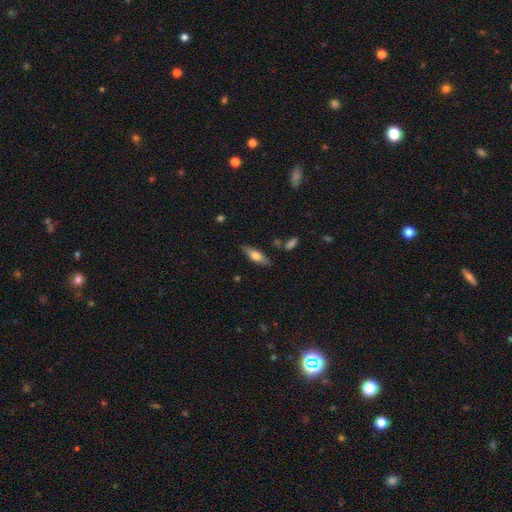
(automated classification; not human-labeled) A smooth galaxy with no disk features (56%) that is cigar-shaped (51%).

Vote fractions:
- Smooth or featured? smooth: 56% / featured or disk: 37% / star or artifact: 6%
- How rounded? cigar-shaped: 51% / in between: 47% / round: 2%
- Merging? none: 82% / minor disturbance: 12% / merger: 3% / major disturbance: 3%